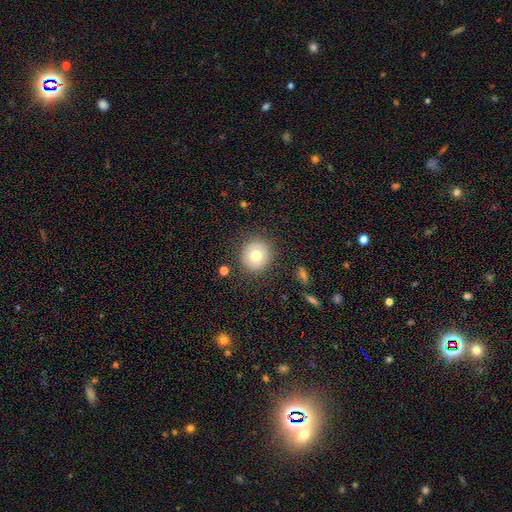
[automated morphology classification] Overall: smooth (73%). How rounded: round (91%). Merging: none (87%).